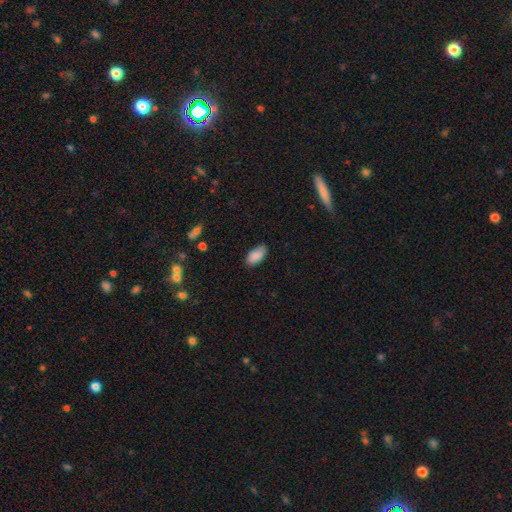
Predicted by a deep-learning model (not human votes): A smooth galaxy with no disk features (88%) that is in between round and cigar-shaped (94%).

Vote fractions:
- Smooth or featured? smooth: 88% / star or artifact: 7% / featured or disk: 5%
- How rounded? in between: 94% / cigar-shaped: 4% / round: 3%
- Merging? none: 79% / minor disturbance: 17% / major disturbance: 3% / merger: 1%